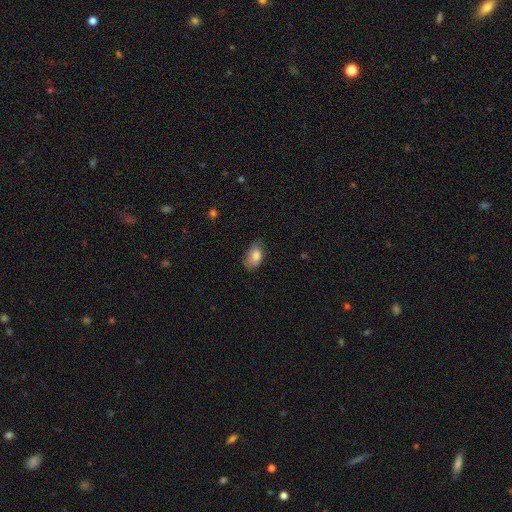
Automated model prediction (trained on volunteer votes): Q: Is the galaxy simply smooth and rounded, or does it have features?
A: smooth — 80%.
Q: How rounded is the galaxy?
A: in between — 90%.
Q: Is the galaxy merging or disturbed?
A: none — 69%.